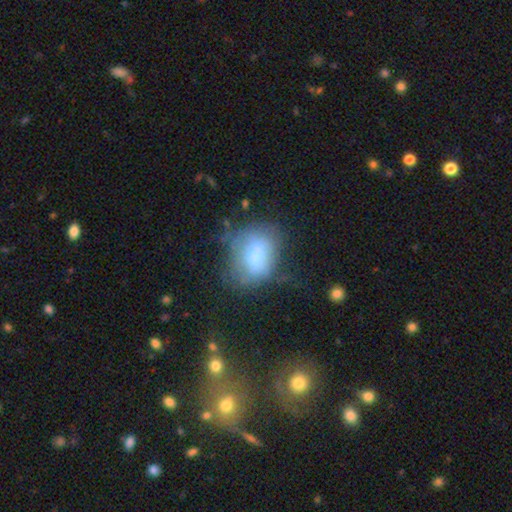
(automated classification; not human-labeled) Smooth or featured?
  - smooth: 56% *
  - featured or disk: 33%
  - star or artifact: 11%
How rounded?
  - in between: 57% *
  - round: 41%
  - cigar-shaped: 1%
Merging?
  - none: 39% *
  - minor disturbance: 28%
  - major disturbance: 23%
  - merger: 10%